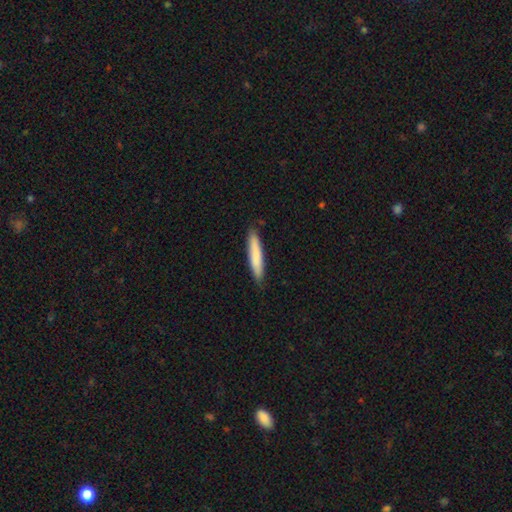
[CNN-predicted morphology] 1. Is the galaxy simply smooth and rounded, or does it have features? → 80% smooth, 15% featured or disk, 5% star or artifact.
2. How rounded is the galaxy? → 91% cigar-shaped, 8% in between, 1% round.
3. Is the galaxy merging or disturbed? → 88% none, 10% minor disturbance, 2% major disturbance, 1% merger.